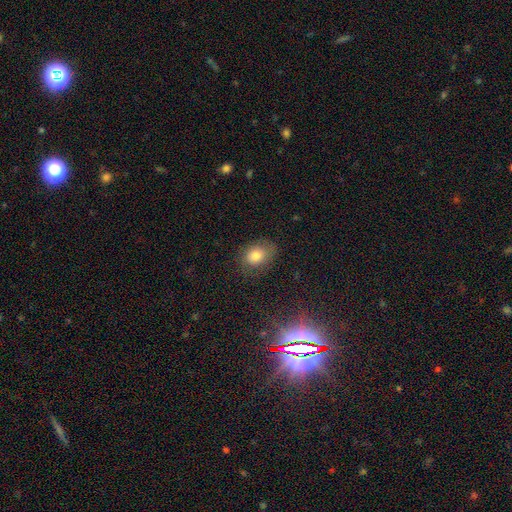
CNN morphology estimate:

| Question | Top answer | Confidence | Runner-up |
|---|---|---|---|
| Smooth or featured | smooth | 80% | star or artifact (10%) |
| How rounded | in between | 62% | round (37%) |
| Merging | none | 73% | minor disturbance (19%) |